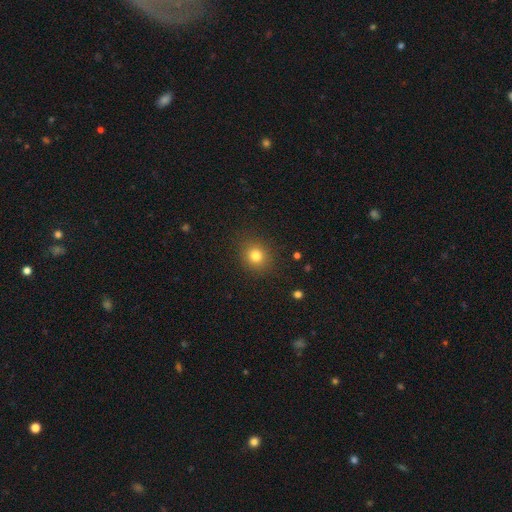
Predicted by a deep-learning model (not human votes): Smooth or featured? smooth (79%)
How rounded? round (81%)
Merging? none (89%)